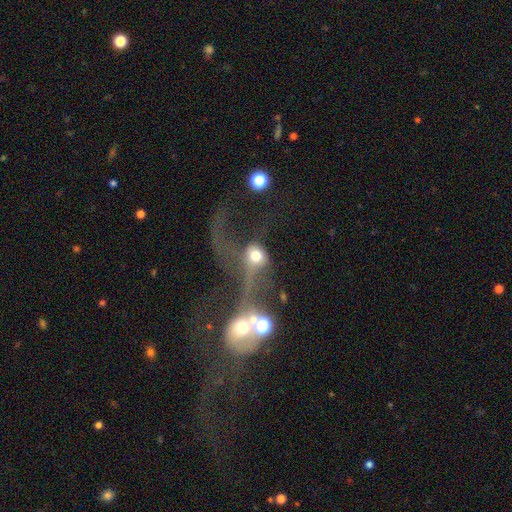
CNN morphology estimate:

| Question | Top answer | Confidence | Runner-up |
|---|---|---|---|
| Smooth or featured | smooth | 52% | featured or disk (32%) |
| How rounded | round | 66% | in between (31%) |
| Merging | major disturbance | 42% | merger (34%) |